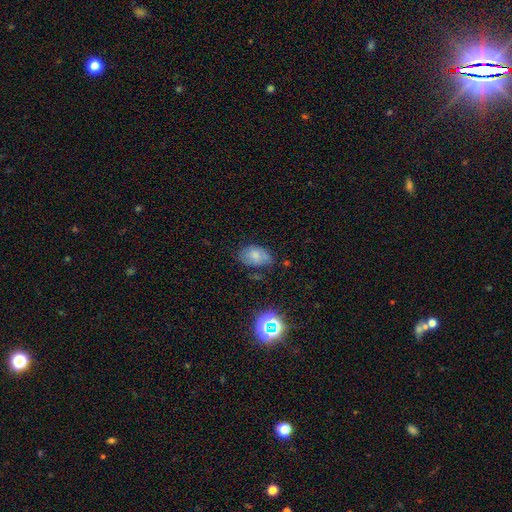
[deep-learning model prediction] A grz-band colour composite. It shows a smooth galaxy with no disk features (70%) that is in between round and cigar-shaped (86%). Merging: none (57%).